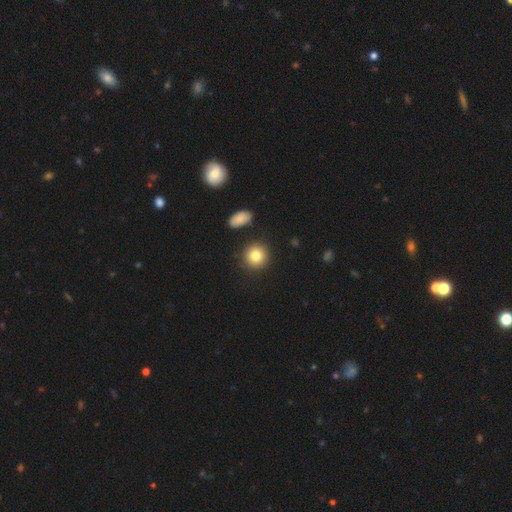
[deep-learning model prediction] Smooth or featured? Predicted: smooth (p=0.83). How rounded? Predicted: round (p=0.90). Merging? Predicted: none (p=0.87).